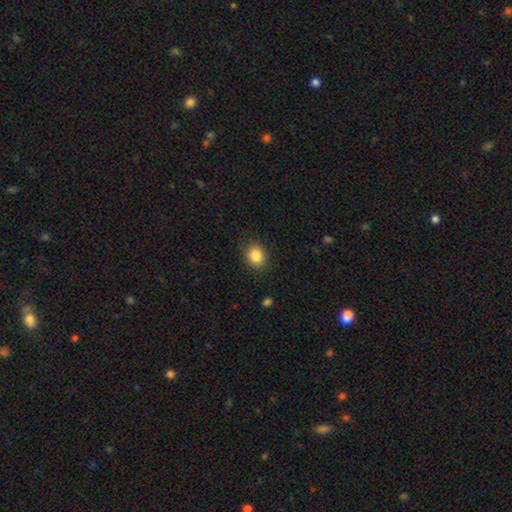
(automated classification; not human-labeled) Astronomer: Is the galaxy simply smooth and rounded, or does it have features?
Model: smooth — 86%.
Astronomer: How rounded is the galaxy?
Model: round — 56% (runner-up: in between, 43%).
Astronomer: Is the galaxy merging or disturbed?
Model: none — 87%.